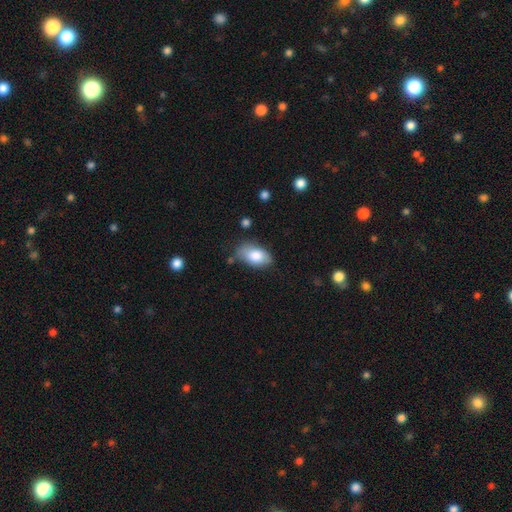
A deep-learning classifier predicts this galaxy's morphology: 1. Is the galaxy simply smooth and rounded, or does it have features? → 80% smooth, 13% featured or disk, 7% star or artifact.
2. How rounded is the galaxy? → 93% in between, 5% round, 2% cigar-shaped.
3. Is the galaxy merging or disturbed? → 70% none, 22% minor disturbance, 5% major disturbance, 3% merger.